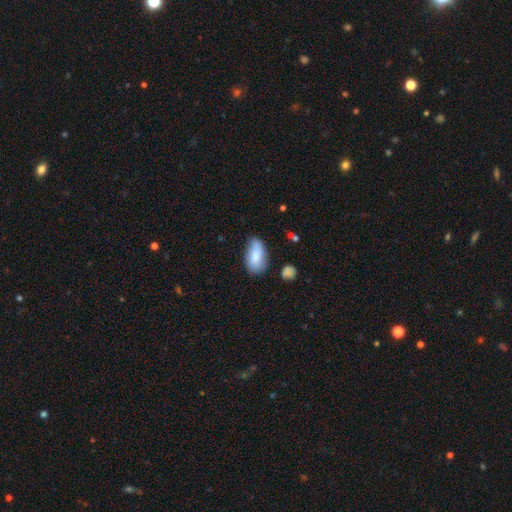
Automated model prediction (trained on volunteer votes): This is clearly a smooth galaxy (82%). How rounded: clearly in between (92%). Merging: possibly none (58%).